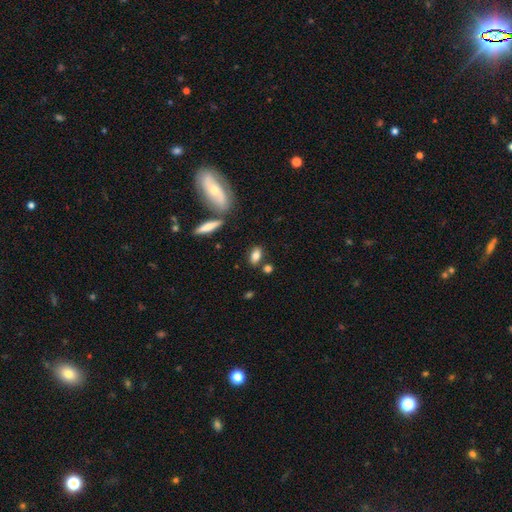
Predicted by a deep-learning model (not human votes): Smooth or featured? smooth (79%)
How rounded? in between (84%)
Merging? none (77%)